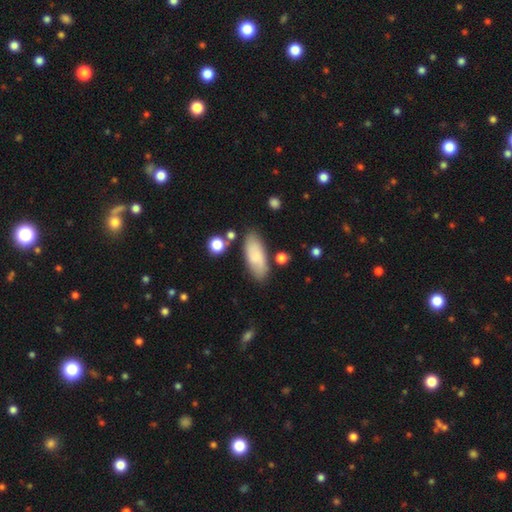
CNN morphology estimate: Smooth or featured: smooth — 77% (featured or disk — 16%)
How rounded: in between — 79% (cigar-shaped — 19%)
Merging: none — 79% (minor disturbance — 14%)